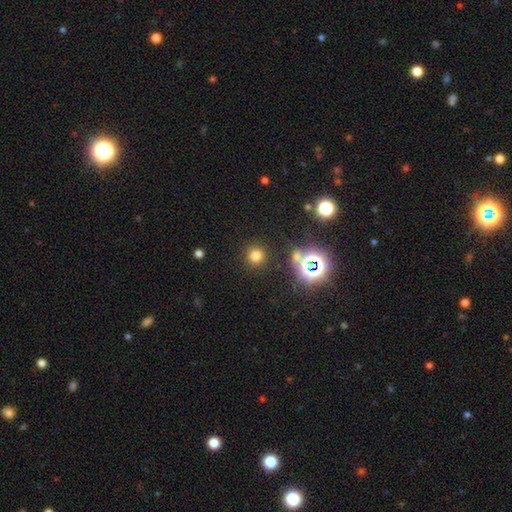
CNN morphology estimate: The model was most divided on "smooth or featured": smooth: 71%, star or artifact: 22%, featured or disk: 6%. More confident: how rounded — round (93%); merging — none (88%).